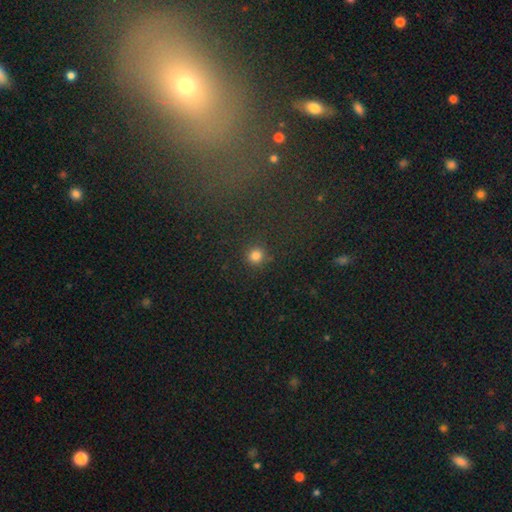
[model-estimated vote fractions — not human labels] This is likely a smooth galaxy (80%). How rounded: clearly round (92%). Merging: clearly none (86%).